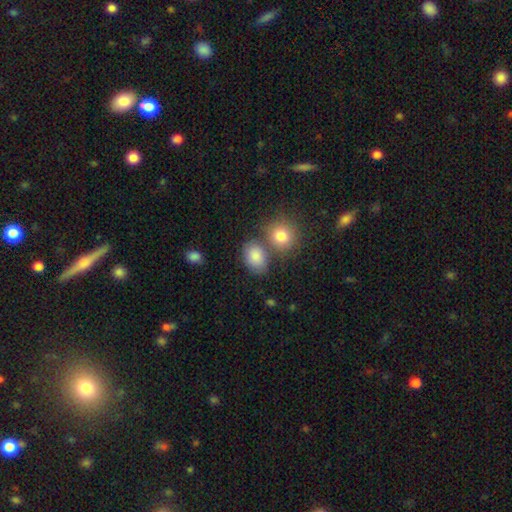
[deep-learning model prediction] Overall: smooth (83%). How rounded: in between (67%; round 31%). Merging: none (59%; merger 23%).